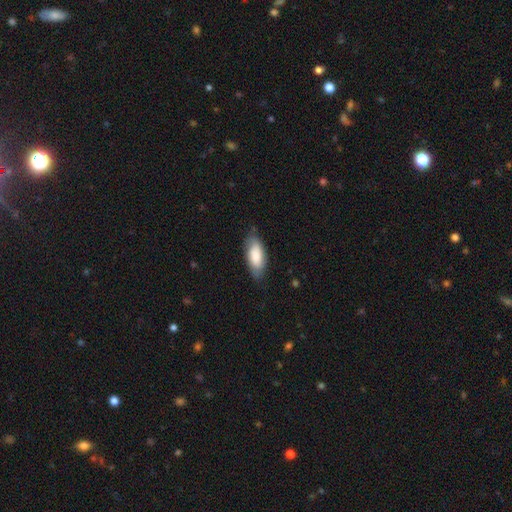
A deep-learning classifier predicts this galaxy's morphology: Overall: smooth (79%). How rounded: in between (85%). Merging: none (76%).